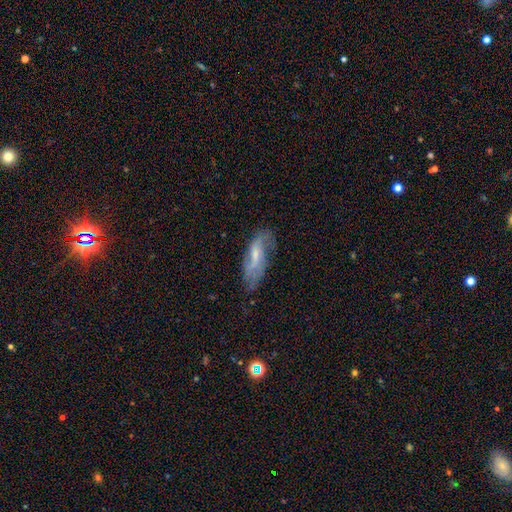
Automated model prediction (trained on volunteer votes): Smooth or featured? Predicted: featured or disk (p=0.61). Edge-on disk? Predicted: no (p=0.83). Bar? Predicted: weak (p=0.47). Spiral arms? Predicted: yes (p=0.81). Bulge size? Predicted: small (p=0.50). Merging? Predicted: none (p=0.56).